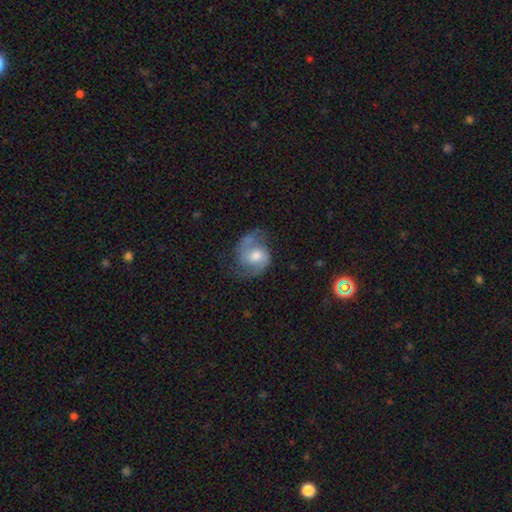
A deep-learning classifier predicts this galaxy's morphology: type=featured or disk (78%); edge-on=no (98%); bar=no (52%); spiral arms=yes (95%); winding=medium (53%); arm count=2 (90%); bulge=moderate (62%); merging=none (68%).